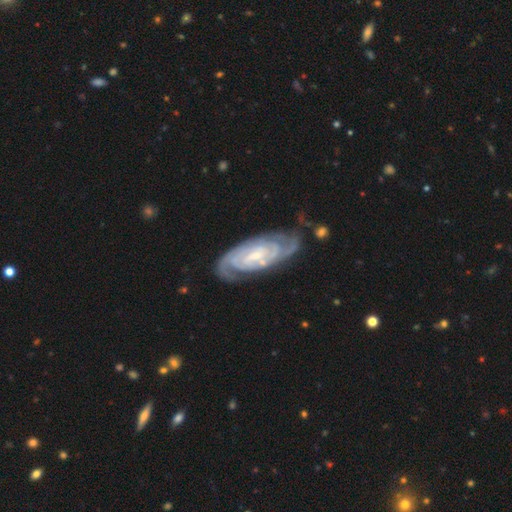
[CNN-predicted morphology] type=featured or disk (89%); edge-on=no (95%); bar=weak (45%); spiral arms=yes (98%); winding=tight (72%); arm count=2 (56%); bulge=small (70%); merging=none (71%).